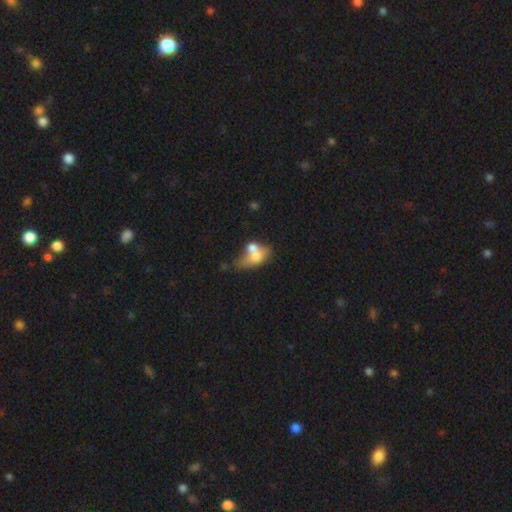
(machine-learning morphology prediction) smooth-or-featured: smooth: 57% | featured or disk: 33% | star or artifact: 10%
  how-rounded: in between: 72% | round: 23% | cigar-shaped: 6%
  merging: merger: 62% | none: 16% | major disturbance: 12% | minor disturbance: 10%